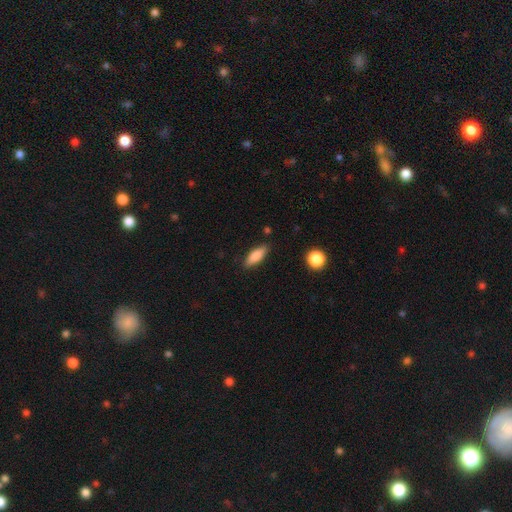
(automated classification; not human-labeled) A smooth galaxy with no disk features (83%) that is in between round and cigar-shaped (61%).

Vote fractions:
- Smooth or featured? smooth: 83% / featured or disk: 11% / star or artifact: 7%
- How rounded? in between: 61% / cigar-shaped: 37% / round: 2%
- Merging? none: 85% / minor disturbance: 11% / major disturbance: 2% / merger: 2%